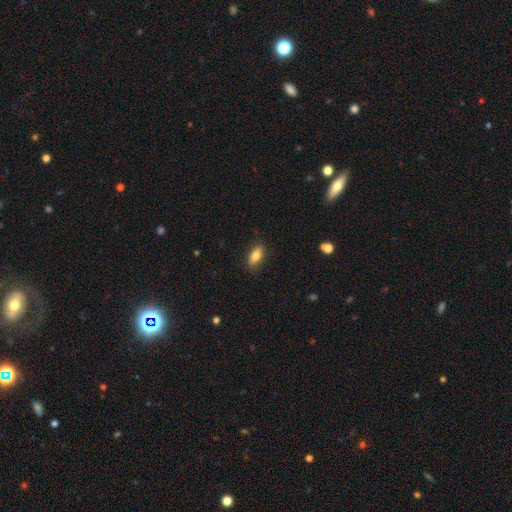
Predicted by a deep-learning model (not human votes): Q: Smooth or featured?
A: smooth (81%); runner-up: featured or disk (11%)
Q: How rounded?
A: in between (81%); runner-up: cigar-shaped (16%)
Q: Merging?
A: none (86%); runner-up: minor disturbance (11%)